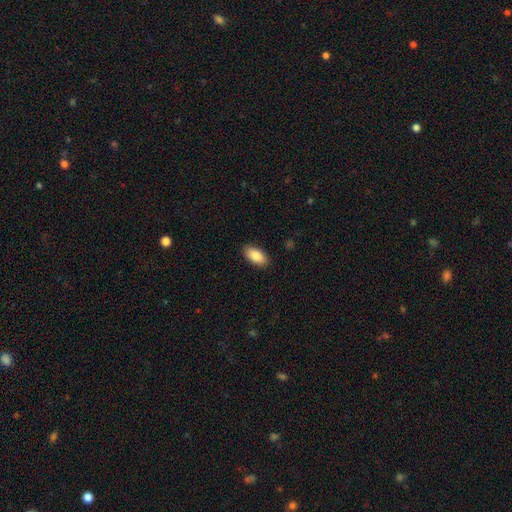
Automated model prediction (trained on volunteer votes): Smooth or featured?
  - smooth: 88% *
  - star or artifact: 6%
  - featured or disk: 6%
How rounded?
  - in between: 93% *
  - cigar-shaped: 4%
  - round: 3%
Merging?
  - none: 89% *
  - minor disturbance: 8%
  - major disturbance: 2%
  - merger: 1%